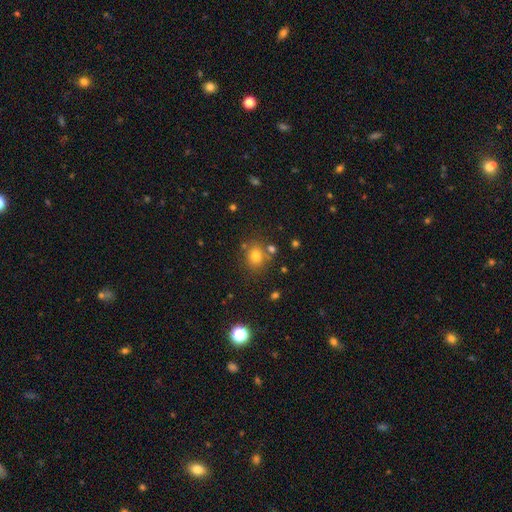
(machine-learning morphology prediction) A smooth galaxy with no disk features (75%) that is round (67%).

Vote fractions:
- Smooth or featured? smooth: 75% / star or artifact: 16% / featured or disk: 9%
- How rounded? round: 67% / in between: 32% / cigar-shaped: 1%
- Merging? none: 74% / minor disturbance: 12% / merger: 10% / major disturbance: 4%